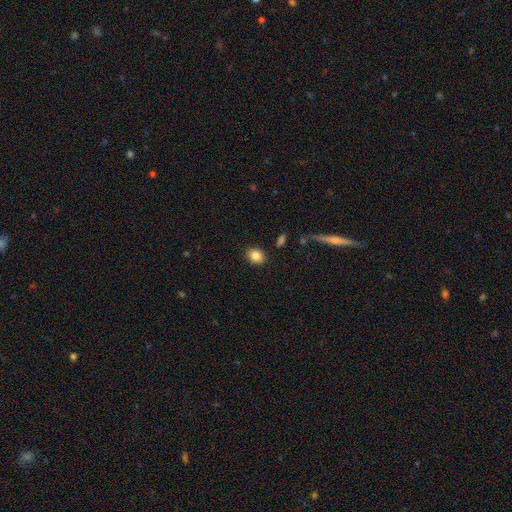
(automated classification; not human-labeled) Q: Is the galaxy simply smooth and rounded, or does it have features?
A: smooth — 84%.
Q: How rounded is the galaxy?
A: in between — 54%.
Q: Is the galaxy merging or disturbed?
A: none — 88%.